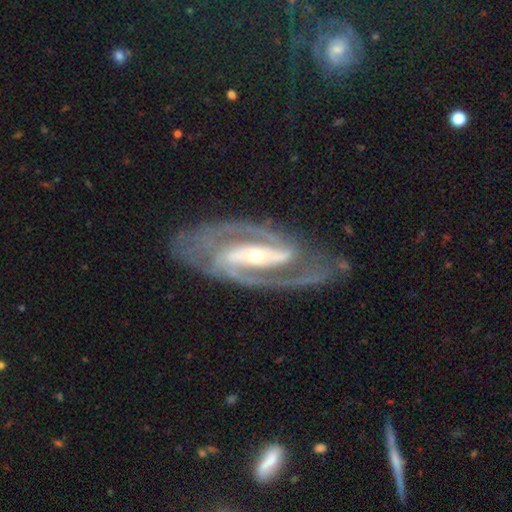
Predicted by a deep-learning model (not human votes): A featured or disk galaxy (92%) with a strong bar (64%), 2 (92%) medium (51%) spiral arms (97%) and a small central bulge (51%).

Vote fractions:
- Smooth or featured? featured or disk: 92% / star or artifact: 4% / smooth: 3%
- Edge-on disk? no: 95% / yes: 5%
- Bar? strong: 64% / weak: 23% / no: 13%
- Spiral arms? yes: 97% / no: 3%
- Spiral winding? medium: 51% / tight: 38% / loose: 11%
- Spiral arm count? 2: 92% / can't tell: 2% / 3: 2% / 1: 1% / 4: 1% / more than 4: 1%
- Bulge size? small: 51% / moderate: 44% / large: 3% / none: 1% / dominant: 1%
- Merging? none: 78% / minor disturbance: 14% / major disturbance: 6% / merger: 2%